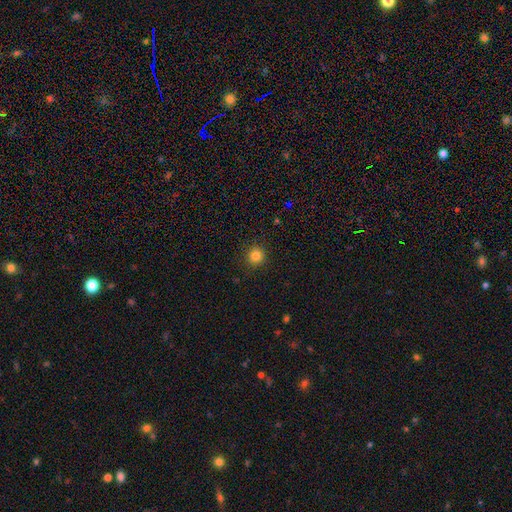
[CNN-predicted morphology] The model was most divided on "smooth or featured": smooth: 83%, star or artifact: 13%, featured or disk: 4%. More confident: how rounded — round (93%); merging — none (91%).